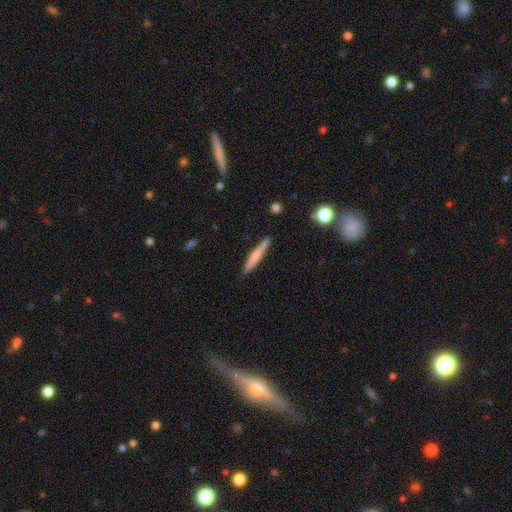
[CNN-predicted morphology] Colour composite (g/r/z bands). It shows a smooth galaxy with no disk features (59%) that is cigar-shaped (95%). Merging: none (89%).